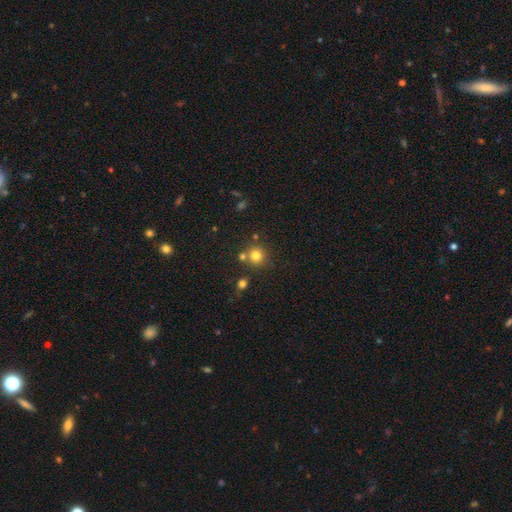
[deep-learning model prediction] This appears to be a smooth galaxy with no disk features (78%) that is round (92%). Merging: none (72%).